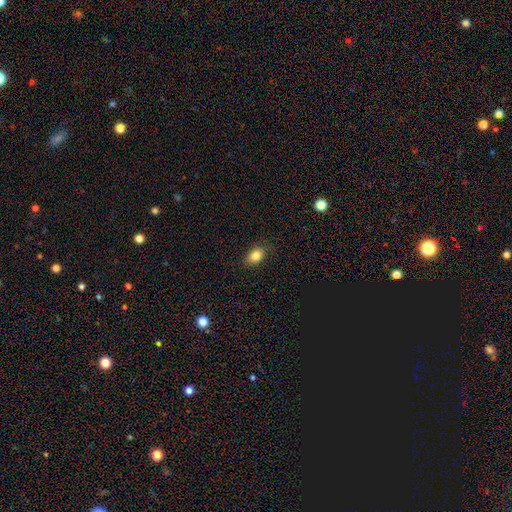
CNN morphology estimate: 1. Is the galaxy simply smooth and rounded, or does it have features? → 84% smooth, 9% star or artifact, 7% featured or disk.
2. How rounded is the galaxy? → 80% in between, 18% round, 2% cigar-shaped.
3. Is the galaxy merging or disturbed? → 82% none, 14% minor disturbance, 3% major disturbance, 1% merger.